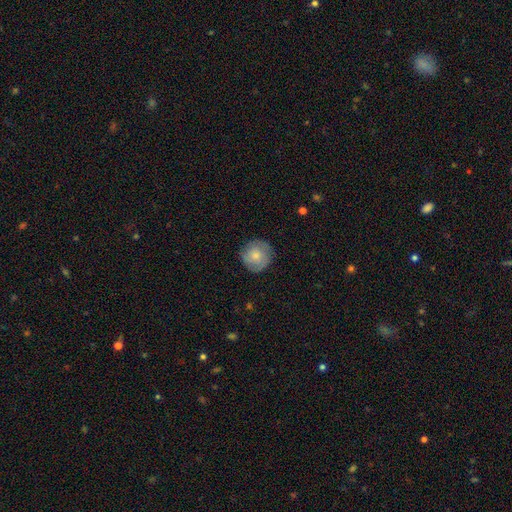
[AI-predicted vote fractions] A smooth galaxy with no disk features (68%) that is round (94%).

Vote fractions:
- Smooth or featured? smooth: 68% / featured or disk: 25% / star or artifact: 7%
- How rounded? round: 94% / in between: 5% / cigar-shaped: 1%
- Merging? none: 83% / minor disturbance: 13% / major disturbance: 3% / merger: 1%